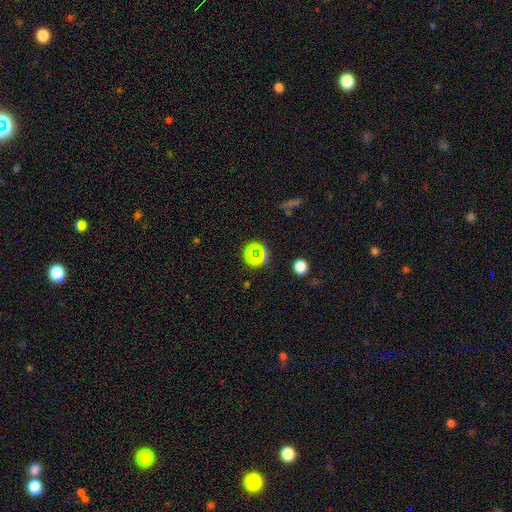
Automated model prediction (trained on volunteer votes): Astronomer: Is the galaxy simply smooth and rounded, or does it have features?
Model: star or artifact — 58% (runner-up: smooth, 33%).